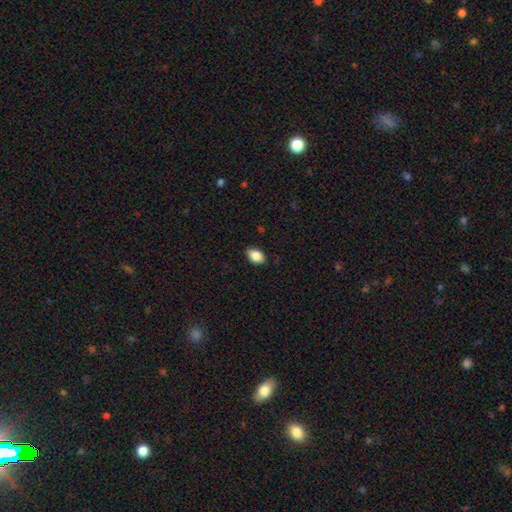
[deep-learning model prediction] smooth-or-featured: smooth: 87% | star or artifact: 8% | featured or disk: 5%
  how-rounded: in between: 85% | round: 14% | cigar-shaped: 1%
  merging: none: 86% | minor disturbance: 11% | major disturbance: 2% | merger: 1%